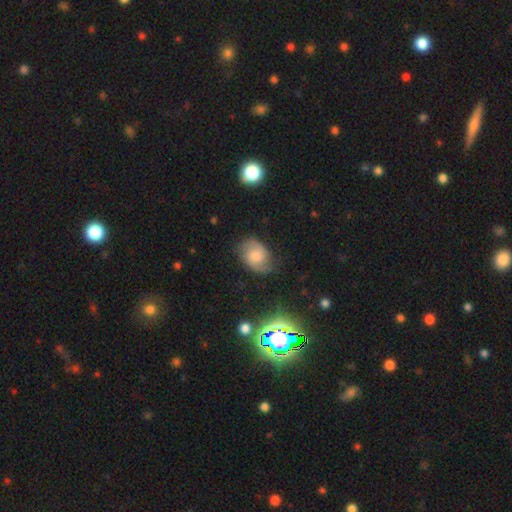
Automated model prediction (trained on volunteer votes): featured or disk 60%, smooth 30%, star or artifact 10%. Down the decision tree: edge-on disk — no (97%); bar — no (60%); spiral arms — yes (92%); spiral arm count — 2 (86%); spiral winding — medium (49%); bulge size — moderate (41%); merging — none (72%).